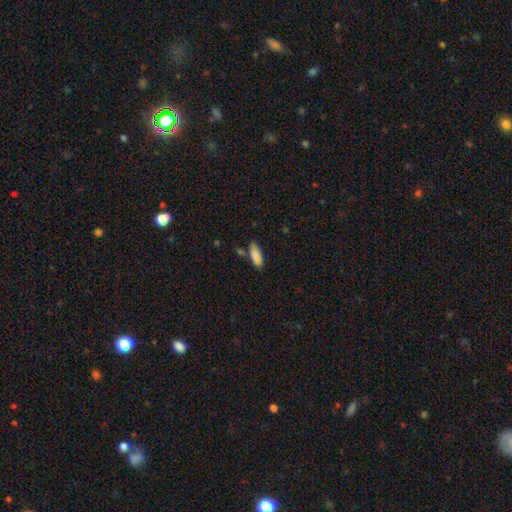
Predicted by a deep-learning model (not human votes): Morphology: type=smooth (88%); roundness=in between (68%); merging=none (71%).